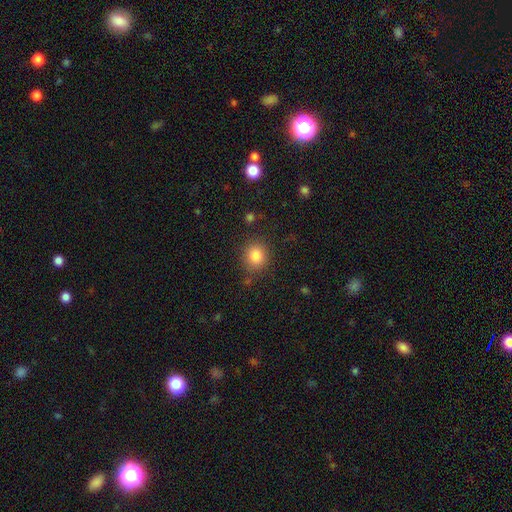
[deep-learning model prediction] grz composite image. It shows a smooth galaxy with no disk features (84%) that is round (78%). Merging: none (83%).